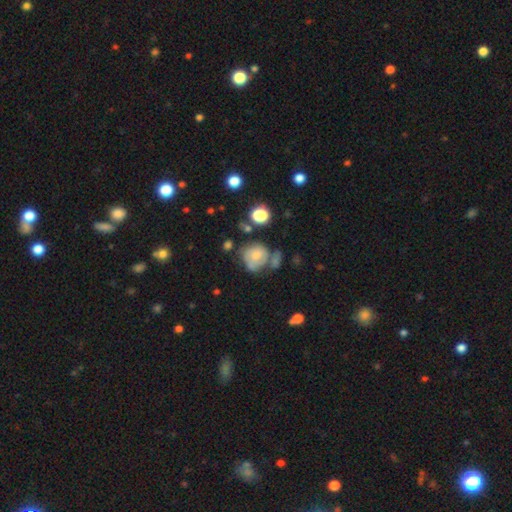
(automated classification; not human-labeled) Smooth or featured: smooth — 53% (featured or disk — 36%)
How rounded: round — 73% (in between — 26%)
Merging: none — 41% (minor disturbance — 25%)